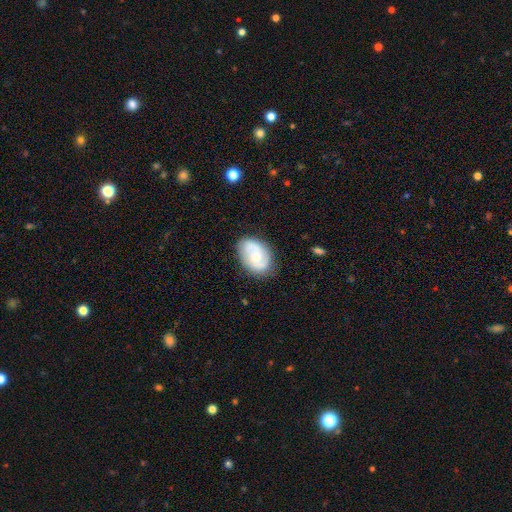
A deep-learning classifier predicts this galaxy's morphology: smooth_or_featured: featured or disk (p=0.60) [alt: smooth p=0.34]
disk_edge_on: no (p=0.96) [alt: yes p=0.04]
bar: no (p=0.68) [alt: weak p=0.27]
has_spiral_arms: yes (p=0.84) [alt: no p=0.16]
bulge_size: small (p=0.47) [tied with: moderate p=0.47]
merging: none (p=0.77) [alt: minor disturbance p=0.17]